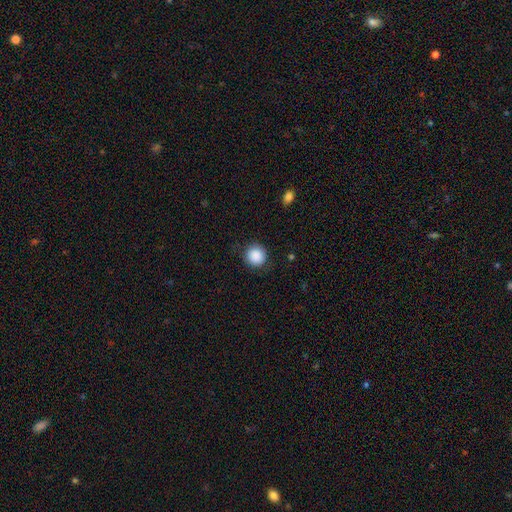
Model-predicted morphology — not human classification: Q: Smooth or featured?
A: smooth (89%); runner-up: star or artifact (8%)
Q: How rounded?
A: round (94%); runner-up: in between (5%)
Q: Merging?
A: none (88%); runner-up: minor disturbance (8%)